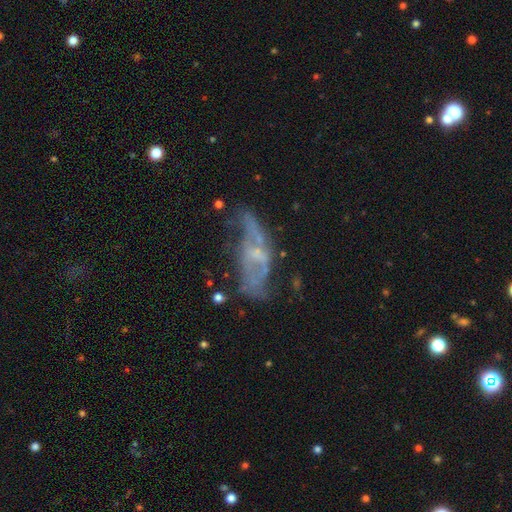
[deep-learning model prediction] featured or disk 64%, smooth 24%, star or artifact 12%. Down the decision tree: edge-on disk — no (85%); bar — no (67%); spiral arms — no (62%); bulge size — small (47%); merging — none (35%).